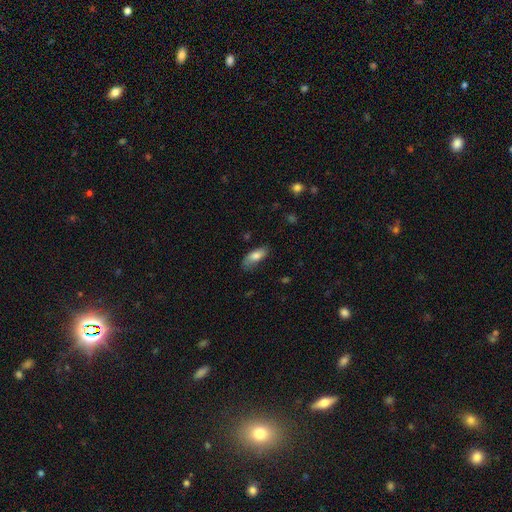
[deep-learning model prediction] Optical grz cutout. It shows a smooth galaxy with no disk features (79%) that is in between round and cigar-shaped (81%). Merging: none (67%).